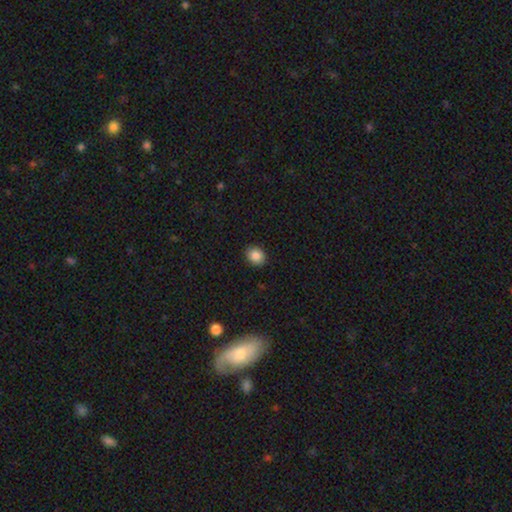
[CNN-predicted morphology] This is clearly a smooth galaxy (86%). How rounded: likely round (62%). Merging: clearly none (90%).